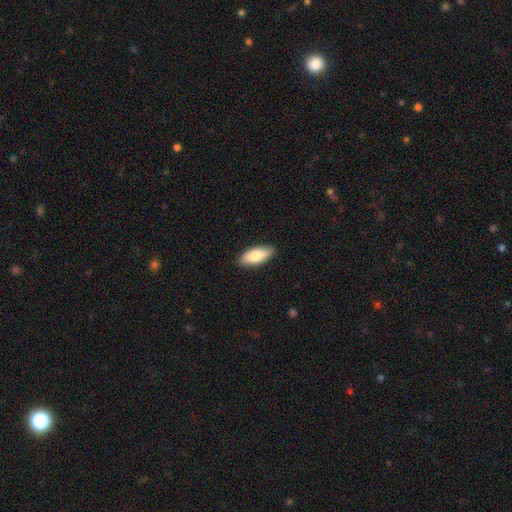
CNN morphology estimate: A smooth galaxy with no disk features (81%) that is in between round and cigar-shaped (76%). Merging: none (89%).